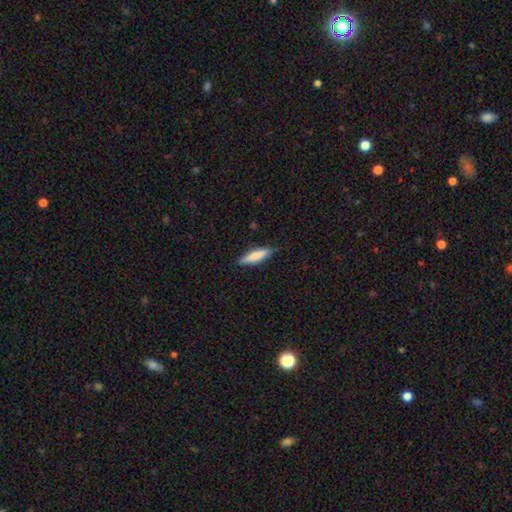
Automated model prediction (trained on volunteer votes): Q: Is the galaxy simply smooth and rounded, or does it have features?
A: smooth — 82%.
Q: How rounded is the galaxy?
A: cigar-shaped — 76%.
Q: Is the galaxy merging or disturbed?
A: none — 87%.